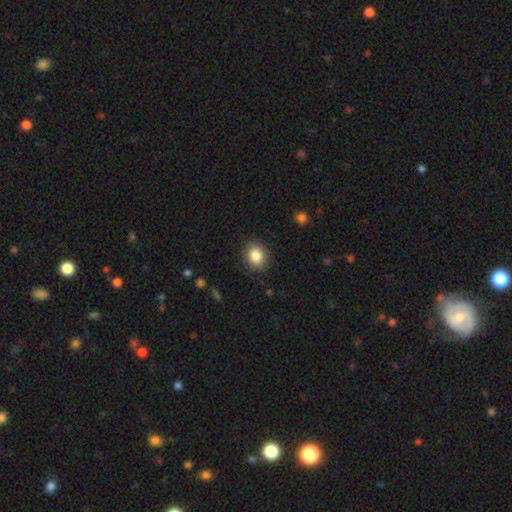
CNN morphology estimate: A smooth galaxy with no disk features (85%) that is round (61%).

Vote fractions:
- Smooth or featured? smooth: 85% / star or artifact: 9% / featured or disk: 6%
- How rounded? round: 61% / in between: 38% / cigar-shaped: 1%
- Merging? none: 88% / minor disturbance: 8% / major disturbance: 3% / merger: 1%